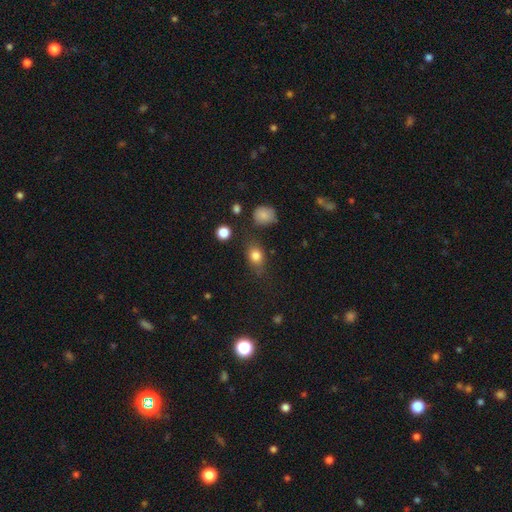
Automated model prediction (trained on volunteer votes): Morphology: type=smooth (80%); roundness=in between (61%); merging=none (71%).